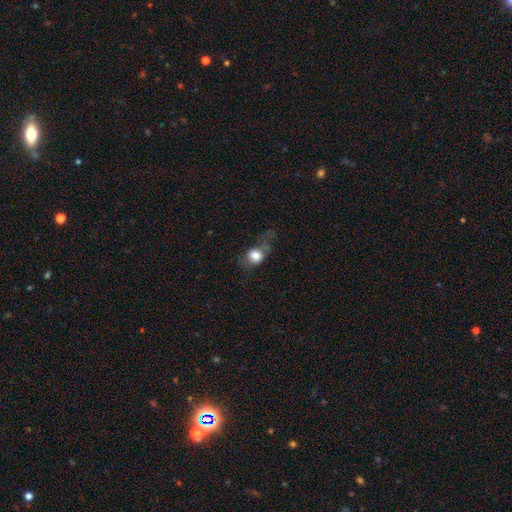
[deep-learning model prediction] smooth 72%, featured or disk 19%, star or artifact 9%. Down the decision tree: how rounded — round (60%); merging — none (42%).